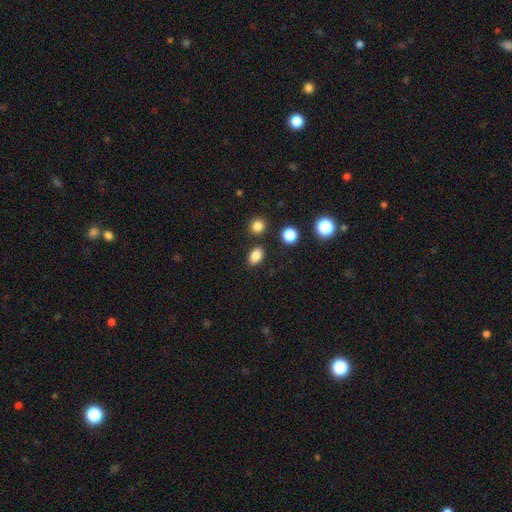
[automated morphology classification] Smooth or featured: smooth — 85% (star or artifact — 11%)
How rounded: in between — 82% (round — 17%)
Merging: none — 83% (minor disturbance — 10%)